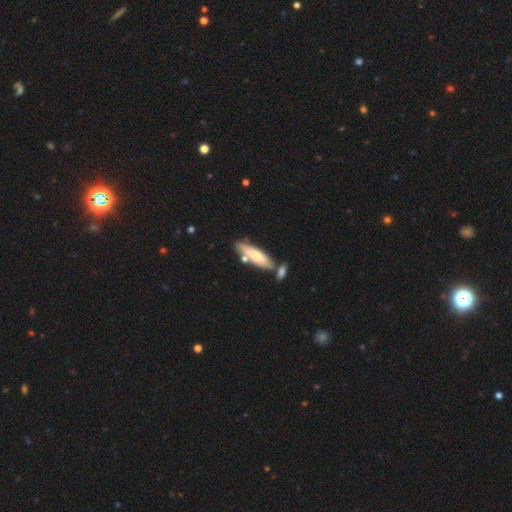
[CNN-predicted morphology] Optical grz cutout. It shows a smooth galaxy with no disk features (68%) that is cigar-shaped (61%). Merging: none (63%).